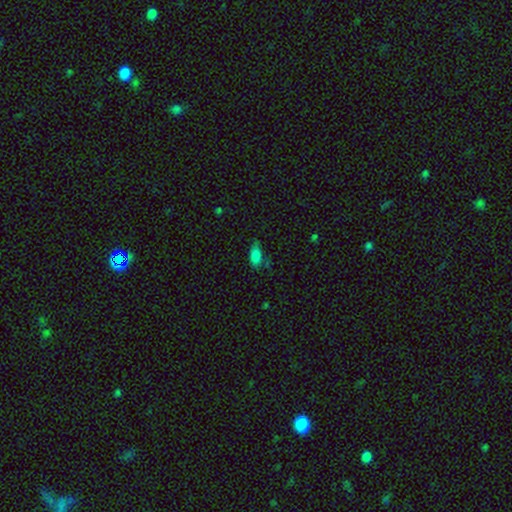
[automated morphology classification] Q: Smooth or featured?
A: smooth (82%); runner-up: star or artifact (10%)
Q: How rounded?
A: in between (87%); runner-up: cigar-shaped (9%)
Q: Merging?
A: none (62%); runner-up: minor disturbance (28%)